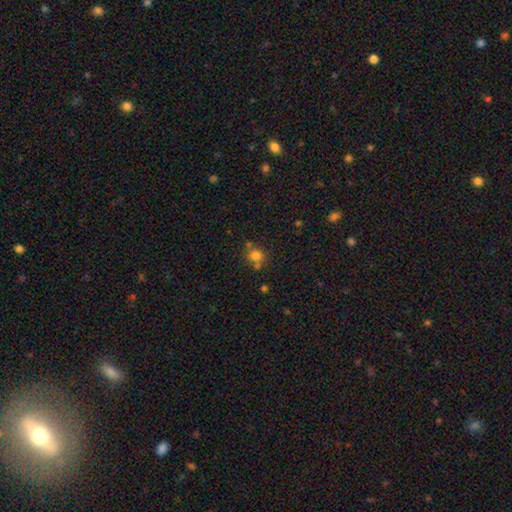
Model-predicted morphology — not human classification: This is likely a smooth galaxy (76%). How rounded: clearly round (81%). Merging: likely none (62%).